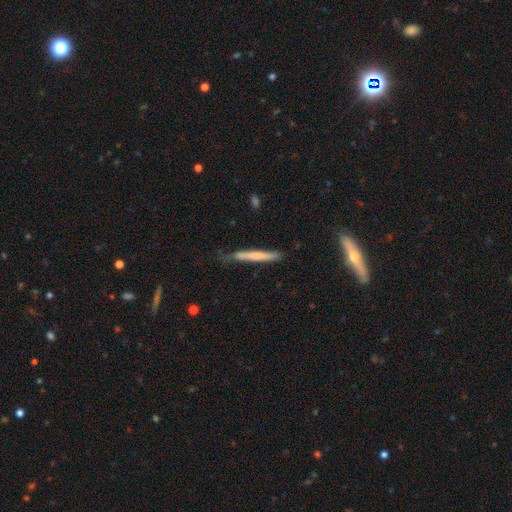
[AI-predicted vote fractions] This is possibly a smooth galaxy (59%). How rounded: clearly cigar-shaped (96%). Merging: likely none (66%).